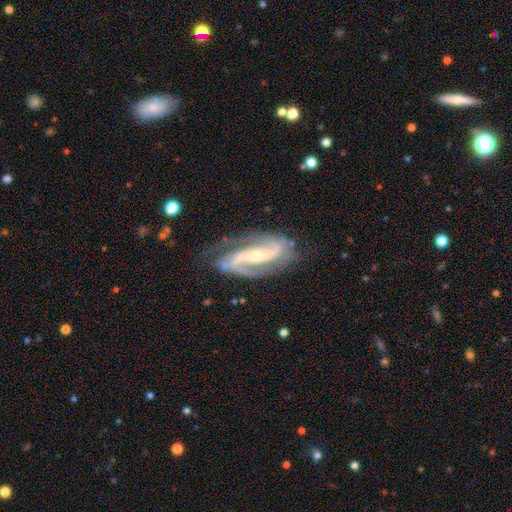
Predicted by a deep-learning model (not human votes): Overall: featured or disk (92%). Edge-on disk: no (96%). Bar: strong (38%; weak 37%). Spiral arms: yes (98%). Spiral arm count: 2 (92%). Spiral winding: medium (54%; loose 27%). Bulge size: small (57%; moderate 35%). Merging: none (73%).